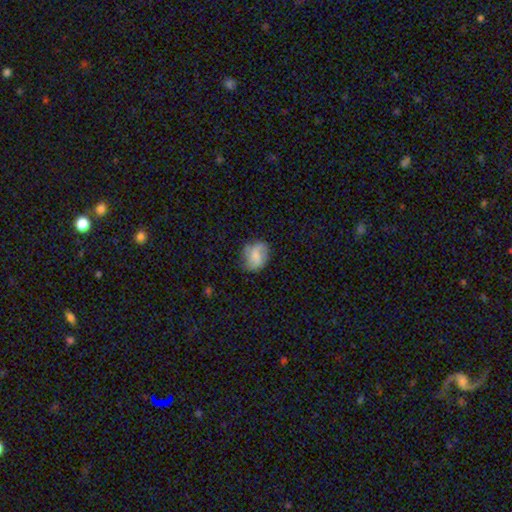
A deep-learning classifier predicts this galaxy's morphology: smooth_or_featured: smooth (p=0.57) [alt: featured or disk p=0.34]
how_rounded: round (p=0.51) [alt: in between p=0.48]
merging: none (p=0.63) [alt: minor disturbance p=0.25]